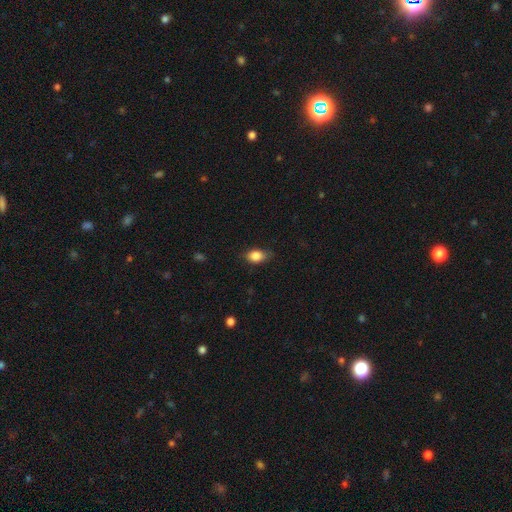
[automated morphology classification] smooth 84%, star or artifact 8%, featured or disk 7%. Down the decision tree: how rounded — in between (80%); merging — none (72%).